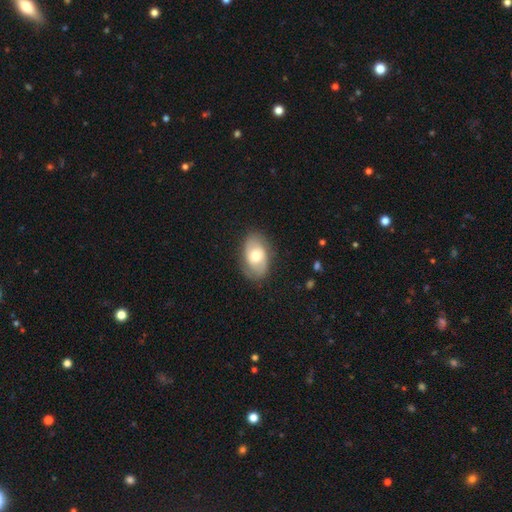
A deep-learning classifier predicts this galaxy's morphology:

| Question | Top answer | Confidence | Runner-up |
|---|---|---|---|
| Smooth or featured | smooth | 58% | featured or disk (36%) |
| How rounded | in between | 89% | round (10%) |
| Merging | none | 78% | minor disturbance (16%) |